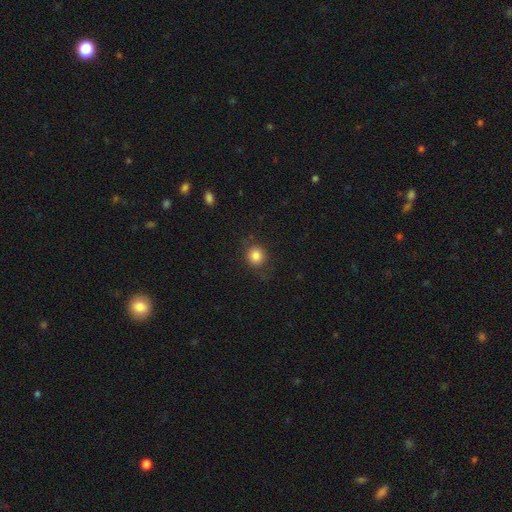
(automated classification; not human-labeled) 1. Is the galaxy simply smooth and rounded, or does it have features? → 84% smooth, 11% star or artifact, 5% featured or disk.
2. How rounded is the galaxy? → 84% round, 15% in between, 1% cigar-shaped.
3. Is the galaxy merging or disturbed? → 82% none, 13% minor disturbance, 4% major disturbance, 1% merger.